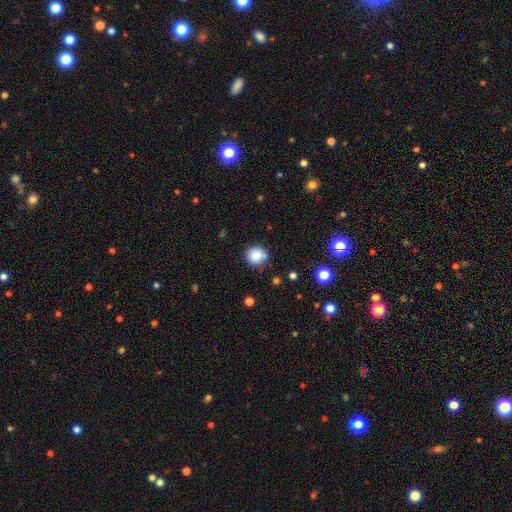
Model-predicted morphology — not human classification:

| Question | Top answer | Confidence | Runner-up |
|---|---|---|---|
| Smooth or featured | smooth | 83% | star or artifact (11%) |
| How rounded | round | 92% | in between (7%) |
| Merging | none | 80% | minor disturbance (13%) |